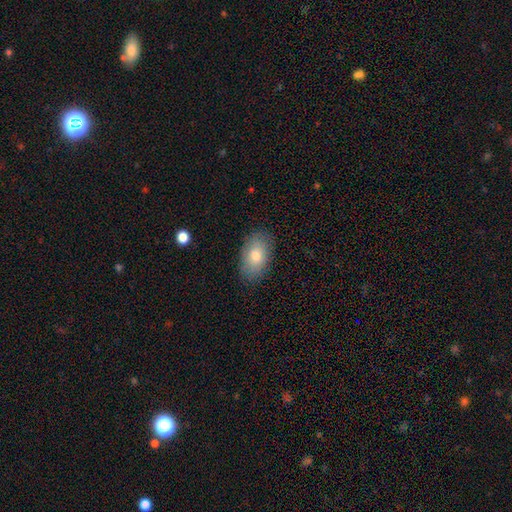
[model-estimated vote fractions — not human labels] Smooth or featured? smooth (75%)
How rounded? in between (91%)
Merging? none (86%)